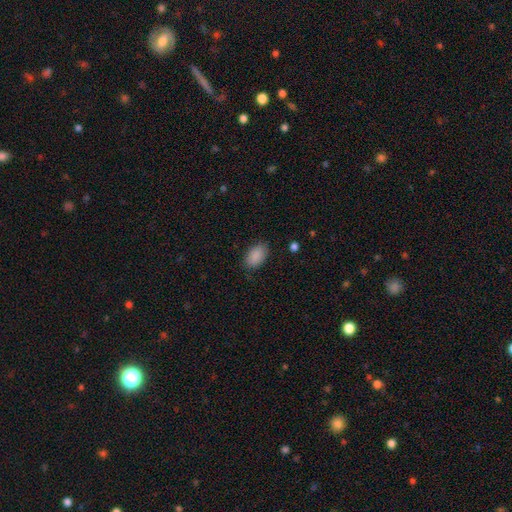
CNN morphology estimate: A smooth galaxy with no disk features (89%) that is in between round and cigar-shaped (91%). Merging: none (82%).